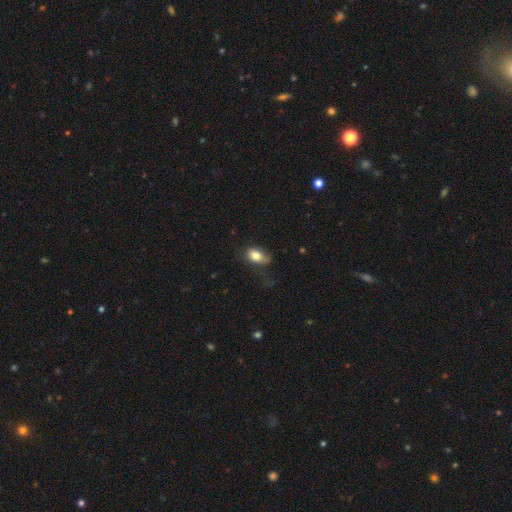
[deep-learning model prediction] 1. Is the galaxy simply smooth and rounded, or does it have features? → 80% smooth, 12% featured or disk, 9% star or artifact.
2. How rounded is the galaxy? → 83% in between, 14% round, 2% cigar-shaped.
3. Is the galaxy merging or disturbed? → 45% none, 32% minor disturbance, 21% major disturbance, 2% merger.